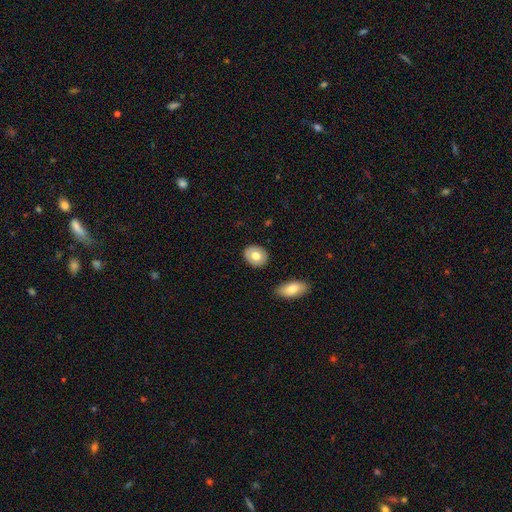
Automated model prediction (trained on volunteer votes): smooth_or_featured: smooth (p=0.70) [alt: featured or disk p=0.23]
how_rounded: round (p=0.53) [alt: in between p=0.45]
merging: none (p=0.87) [alt: minor disturbance p=0.08]